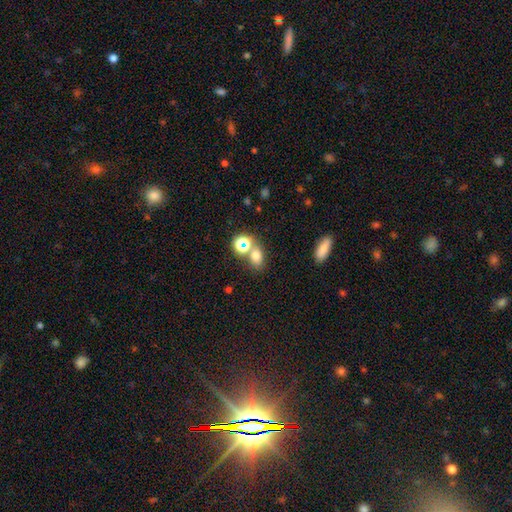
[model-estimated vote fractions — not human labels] Smooth or featured: smooth — 68% (star or artifact — 21%)
How rounded: in between — 61% (round — 37%)
Merging: none — 60% (merger — 25%)